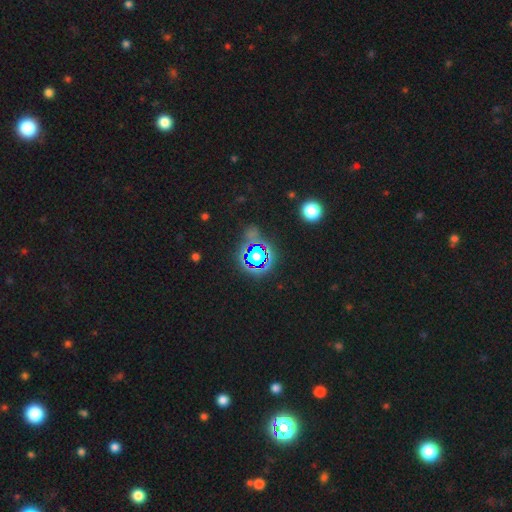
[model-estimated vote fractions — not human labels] Q: Smooth or featured?
A: star or artifact (63%); runner-up: smooth (26%)